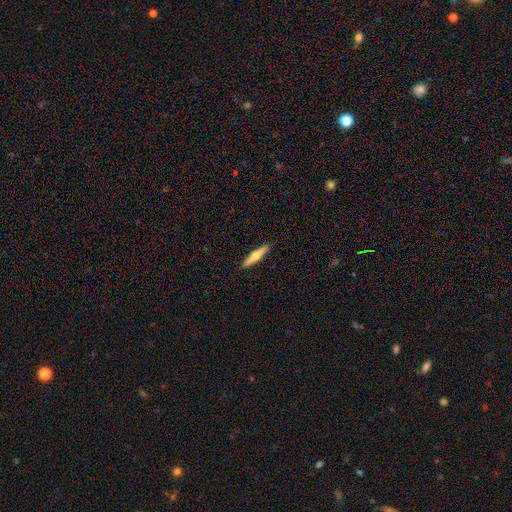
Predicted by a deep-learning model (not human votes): Smooth or featured?
  - smooth: 48% *
  - featured or disk: 46%
  - star or artifact: 6%
Merging?
  - none: 91% *
  - minor disturbance: 6%
  - major disturbance: 1%
  - merger: 1%